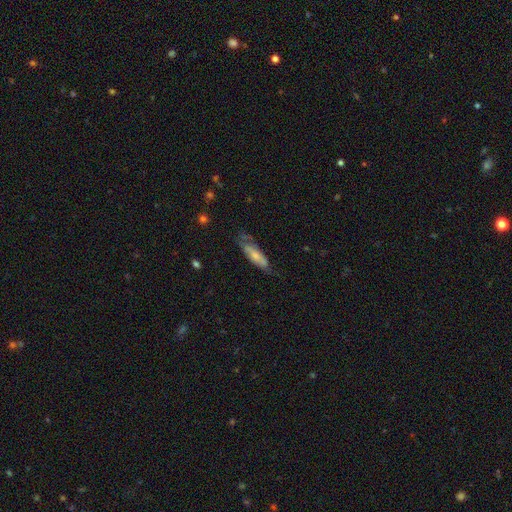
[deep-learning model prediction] The model was most divided on "how rounded": in between: 50%, cigar-shaped: 48%, round: 2%. More confident: smooth or featured — smooth (58%); merging — none (53%).